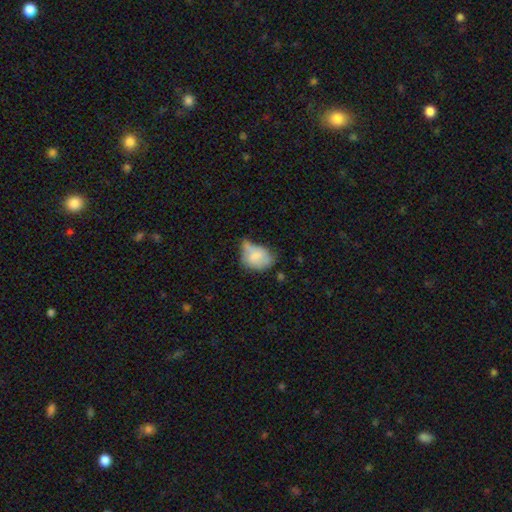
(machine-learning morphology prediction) type=smooth (69%); roundness=in between (74%); merging=minor disturbance (37%).